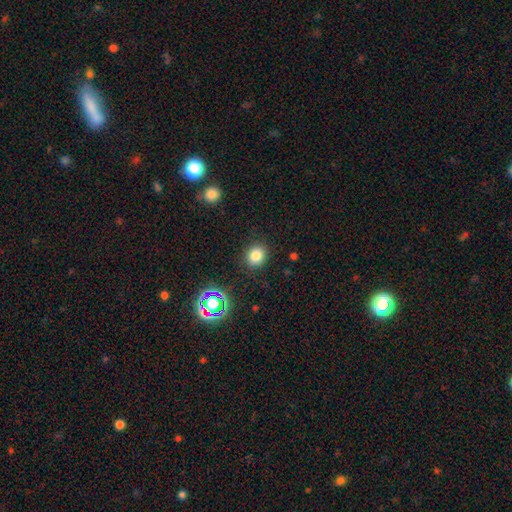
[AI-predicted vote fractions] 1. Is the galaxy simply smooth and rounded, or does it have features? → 79% smooth, 15% star or artifact, 6% featured or disk.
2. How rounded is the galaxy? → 72% round, 27% in between, 1% cigar-shaped.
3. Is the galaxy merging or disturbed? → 88% none, 8% minor disturbance, 3% major disturbance, 1% merger.